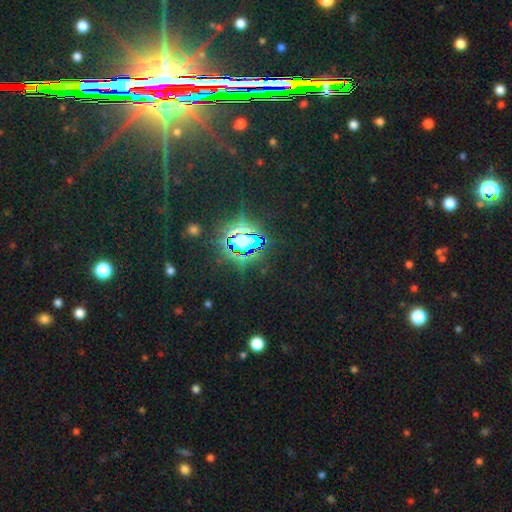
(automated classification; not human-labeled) Overall: star or artifact (85%).